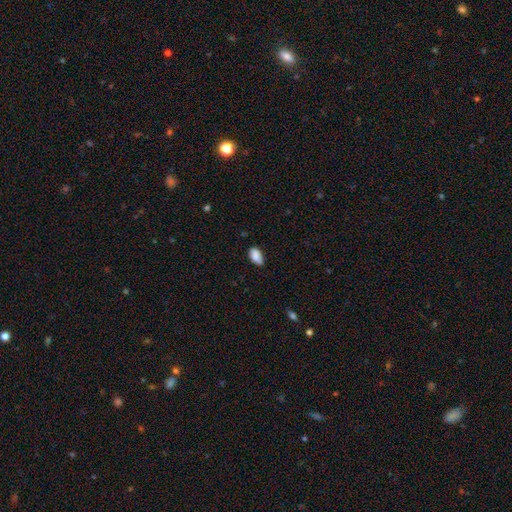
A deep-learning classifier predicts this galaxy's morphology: Smooth or featured: smooth — 86% (star or artifact — 7%)
How rounded: in between — 93% (round — 4%)
Merging: none — 76% (minor disturbance — 20%)